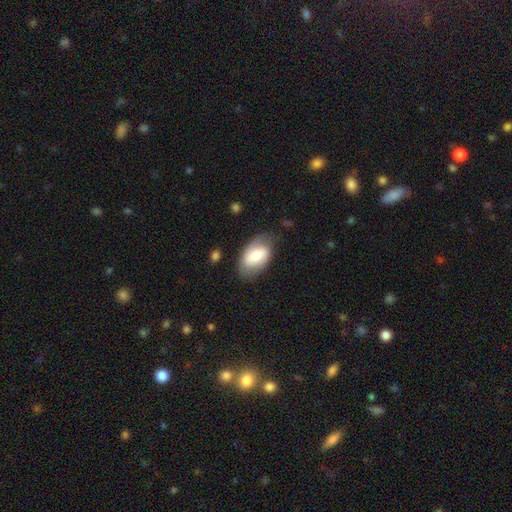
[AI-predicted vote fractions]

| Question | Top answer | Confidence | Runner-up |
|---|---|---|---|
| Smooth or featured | smooth | 59% | featured or disk (35%) |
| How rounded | in between | 93% | round (6%) |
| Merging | none | 65% | minor disturbance (24%) |